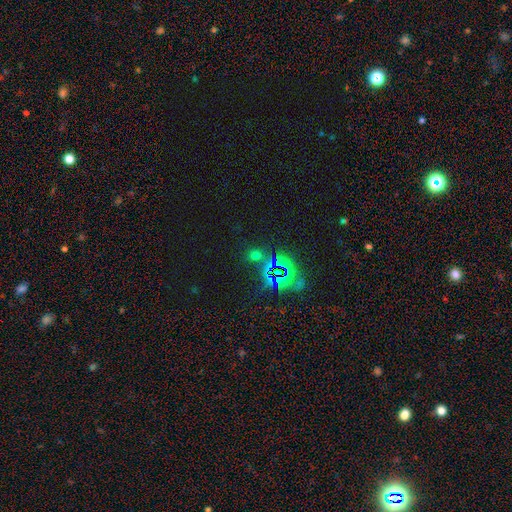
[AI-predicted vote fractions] A star or artifact, not a galaxy (56%).